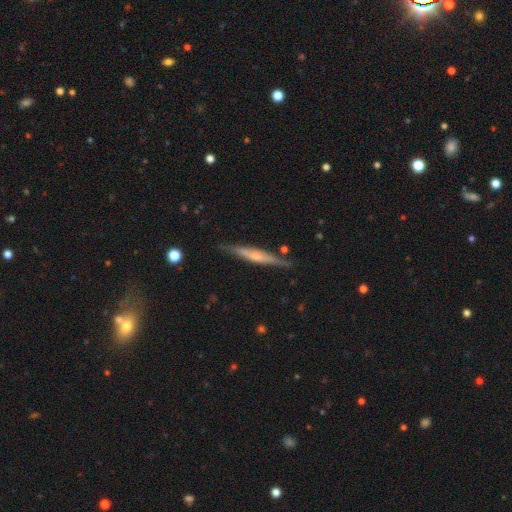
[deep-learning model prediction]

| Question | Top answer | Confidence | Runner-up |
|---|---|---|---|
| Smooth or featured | featured or disk | 61% | smooth (33%) |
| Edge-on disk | yes | 96% | no (4%) |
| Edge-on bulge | rounded | 48% | none (31%) |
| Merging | none | 84% | minor disturbance (11%) |